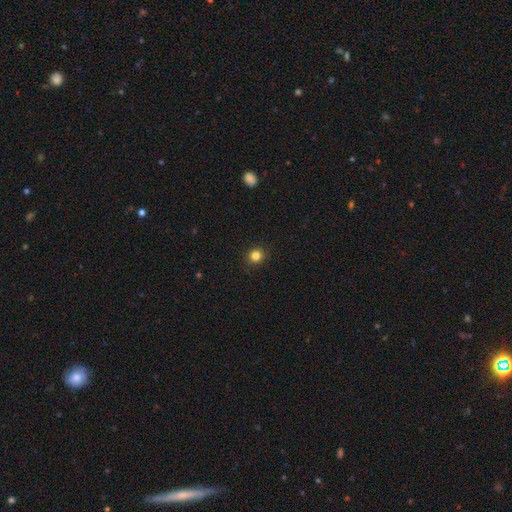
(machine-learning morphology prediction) Smooth or featured: smooth — 83% (star or artifact — 13%)
How rounded: round — 89% (in between — 10%)
Merging: none — 91% (minor disturbance — 6%)